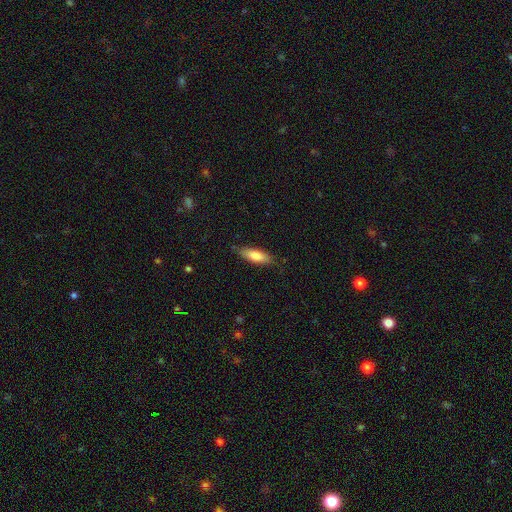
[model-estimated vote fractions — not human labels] Morphology: type=smooth (77%); roundness=in between (54%); merging=none (81%).